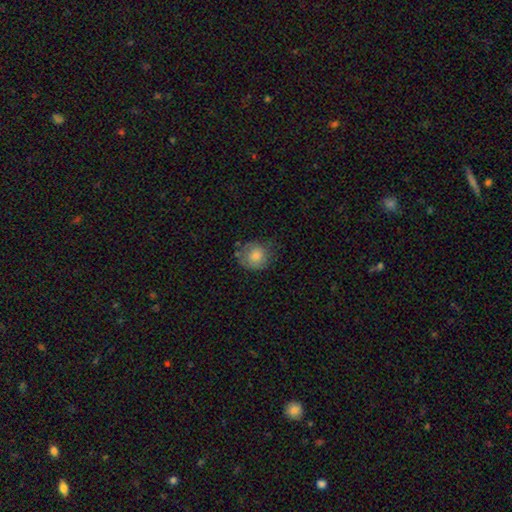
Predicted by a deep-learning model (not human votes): smooth_or_featured: smooth (p=0.77) [alt: featured or disk p=0.14]
how_rounded: round (p=0.81) [alt: in between p=0.18]
merging: none (p=0.63) [alt: minor disturbance p=0.26]